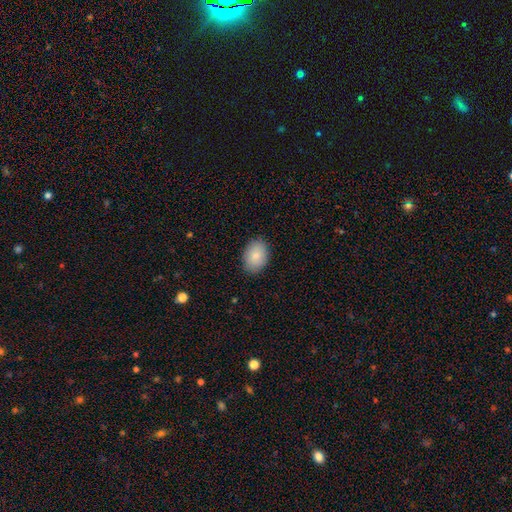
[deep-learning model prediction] A smooth galaxy with no disk features (86%) that is in between round and cigar-shaped (78%). Merging: none (87%).